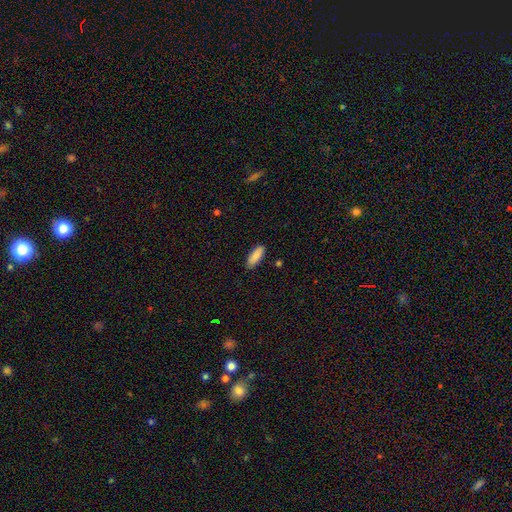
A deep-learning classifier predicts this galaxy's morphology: smooth-or-featured: smooth: 88% | star or artifact: 6% | featured or disk: 5%
  how-rounded: in between: 67% | cigar-shaped: 31% | round: 2%
  merging: none: 86% | minor disturbance: 10% | major disturbance: 2% | merger: 1%